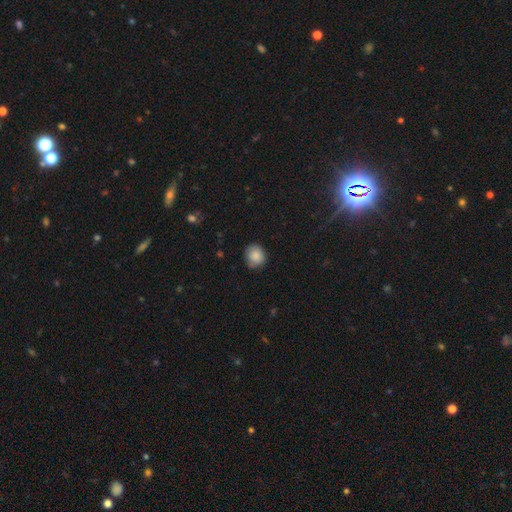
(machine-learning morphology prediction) Overall: smooth (87%). How rounded: round (75%). Merging: none (78%).